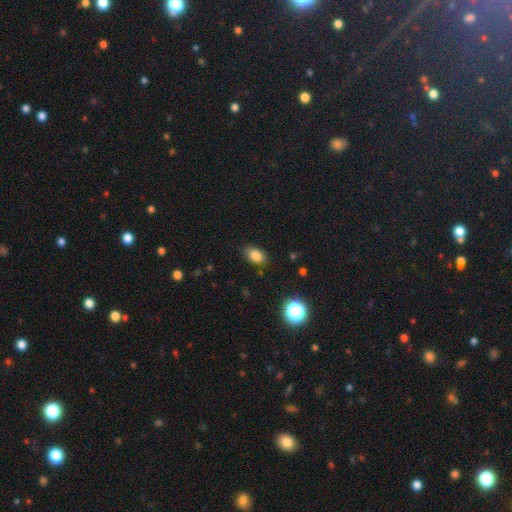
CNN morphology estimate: Overall: smooth (83%). How rounded: in between (85%). Merging: none (81%).